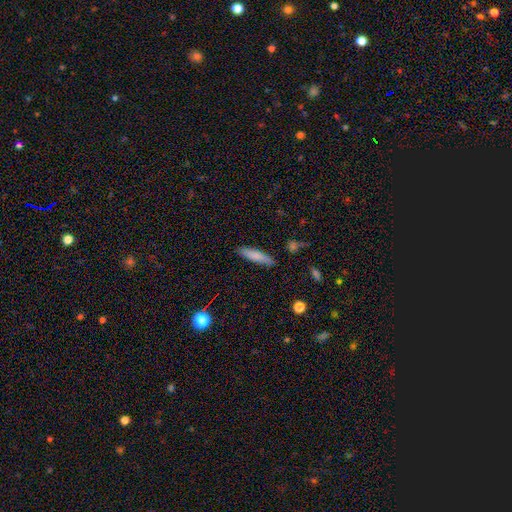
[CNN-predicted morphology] Overall: smooth (80%). How rounded: cigar-shaped (74%). Merging: none (86%).